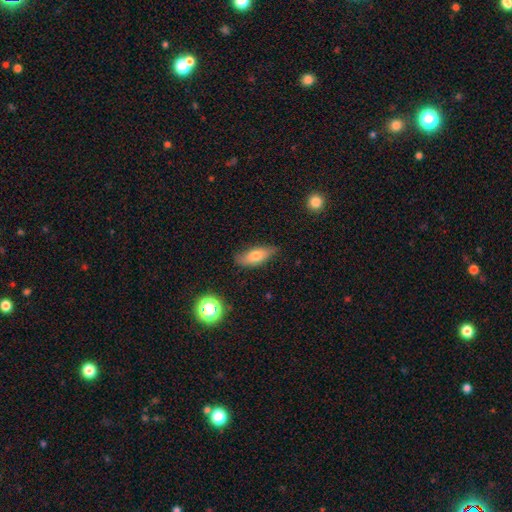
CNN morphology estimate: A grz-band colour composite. It shows a smooth galaxy with no disk features (70%) that is in between round and cigar-shaped (69%). Merging: none (73%).